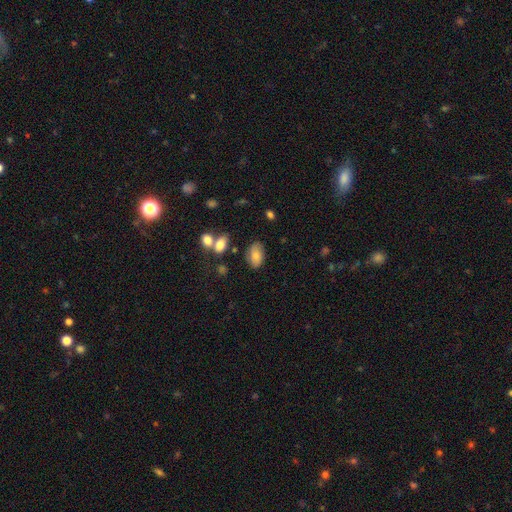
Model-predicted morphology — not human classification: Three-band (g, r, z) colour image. It shows a smooth galaxy with no disk features (77%) that is in between round and cigar-shaped (91%). Merging: none (74%).